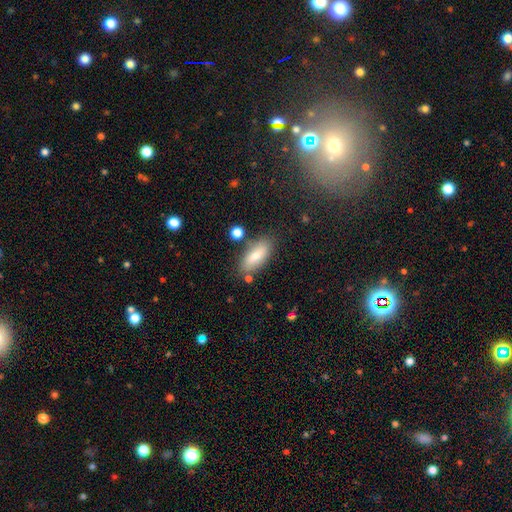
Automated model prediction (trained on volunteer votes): The model was most divided on "how rounded": in between: 78%, cigar-shaped: 20%, round: 3%. More confident: merging — none (77%); smooth or featured — smooth (76%).